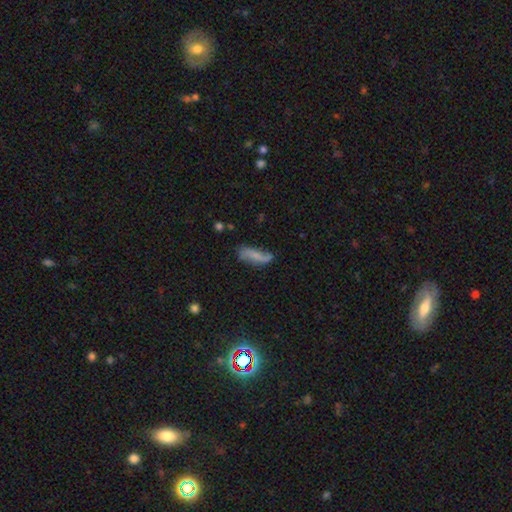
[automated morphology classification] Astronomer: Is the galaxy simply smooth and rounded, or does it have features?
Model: smooth — 47% (runner-up: featured or disk, 45%).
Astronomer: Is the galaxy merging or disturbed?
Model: none — 56%.